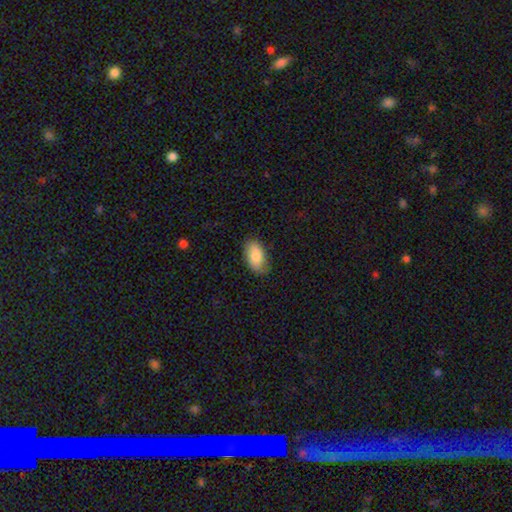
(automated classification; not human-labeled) This appears to be a smooth galaxy with no disk features (82%) that is in between round and cigar-shaped (94%). Merging: none (75%).